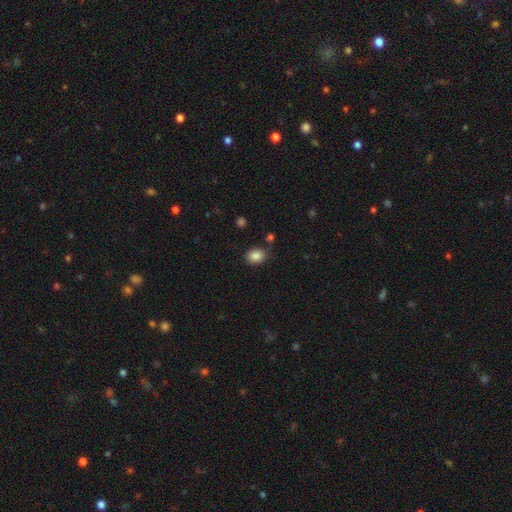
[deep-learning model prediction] smooth-or-featured: smooth: 86% | star or artifact: 9% | featured or disk: 4%
  how-rounded: in between: 52% | round: 47% | cigar-shaped: 1%
  merging: none: 80% | minor disturbance: 12% | merger: 4% | major disturbance: 3%